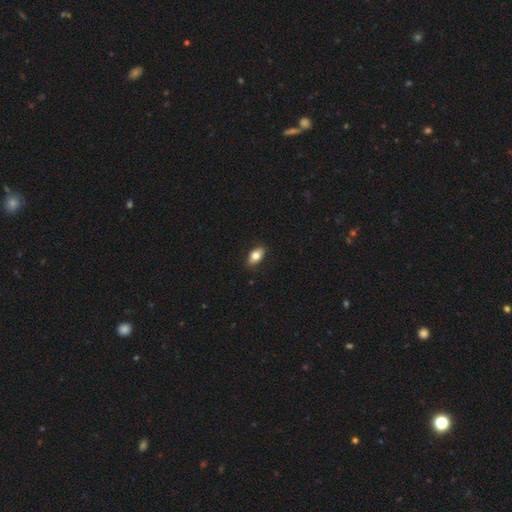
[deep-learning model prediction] Q: Smooth or featured?
A: smooth (78%); runner-up: featured or disk (15%)
Q: How rounded?
A: in between (89%); runner-up: round (6%)
Q: Merging?
A: none (89%); runner-up: minor disturbance (9%)